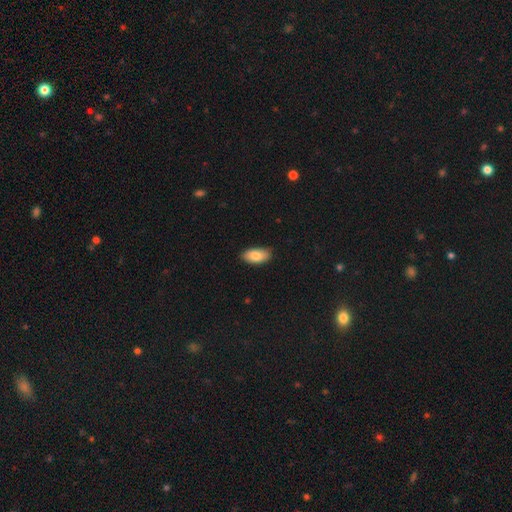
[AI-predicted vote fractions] A smooth galaxy with no disk features (84%) that is in between round and cigar-shaped (93%).

Vote fractions:
- Smooth or featured? smooth: 84% / featured or disk: 10% / star or artifact: 6%
- How rounded? in between: 93% / cigar-shaped: 5% / round: 2%
- Merging? none: 86% / minor disturbance: 11% / major disturbance: 2% / merger: 1%